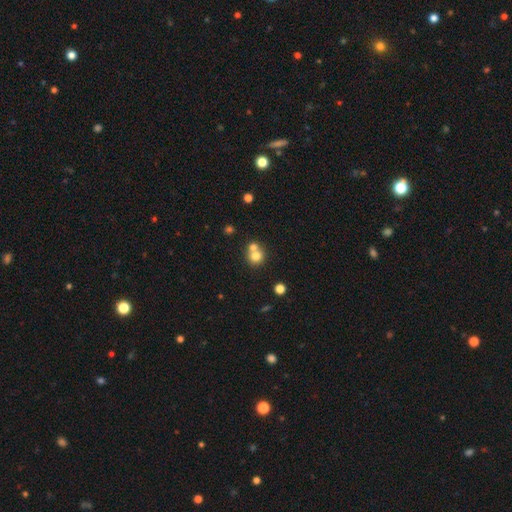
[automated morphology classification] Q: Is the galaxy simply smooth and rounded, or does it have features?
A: smooth — 74%.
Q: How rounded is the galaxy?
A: round — 84%.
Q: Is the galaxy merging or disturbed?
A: merger — 50%.